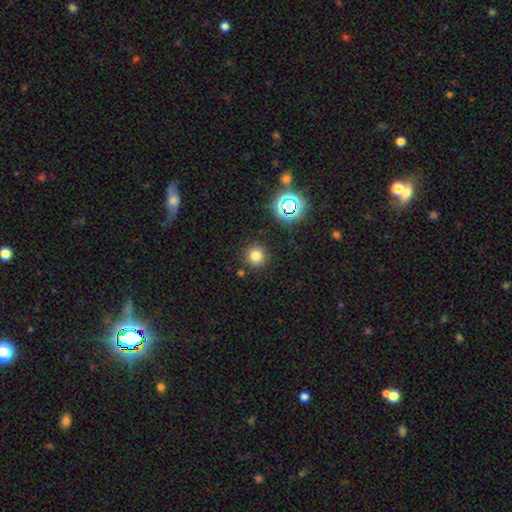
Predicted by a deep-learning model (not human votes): Smooth or featured? smooth (74%)
How rounded? round (93%)
Merging? none (87%)